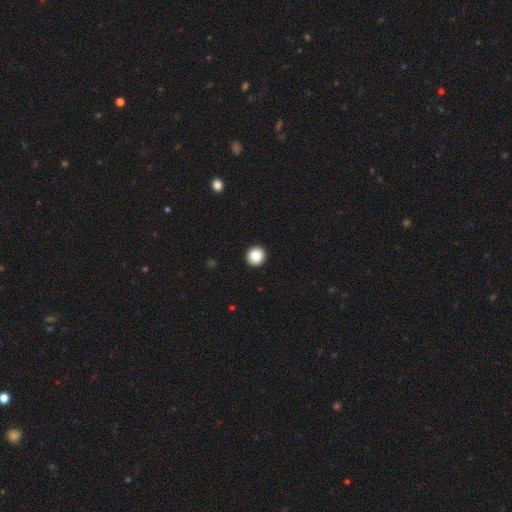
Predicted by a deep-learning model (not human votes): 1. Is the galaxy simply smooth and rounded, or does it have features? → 85% smooth, 9% star or artifact, 6% featured or disk.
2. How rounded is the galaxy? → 94% round, 5% in between, 1% cigar-shaped.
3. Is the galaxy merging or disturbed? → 94% none, 4% minor disturbance, 1% major disturbance, 1% merger.